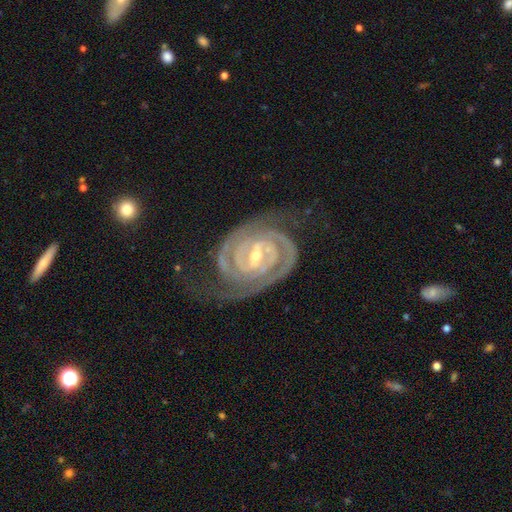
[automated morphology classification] Overall: featured or disk (94%). Edge-on disk: no (97%). Bar: strong (41%, tied with weak). Spiral arms: yes (99%). Spiral arm count: 2 (81%). Spiral winding: tight (81%). Bulge size: small (55%; moderate 42%). Merging: none (72%).